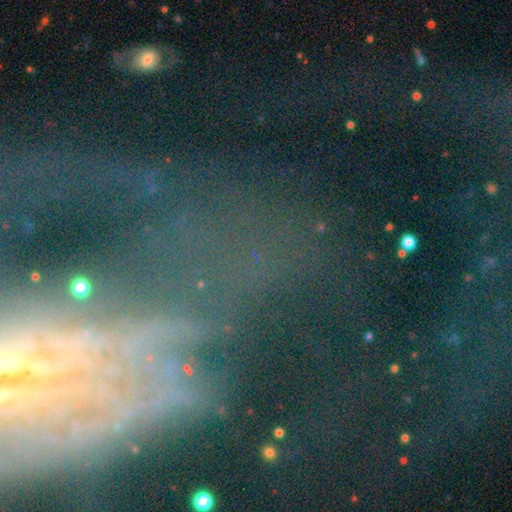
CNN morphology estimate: smooth_or_featured: star or artifact (p=0.44) [alt: featured or disk p=0.41]